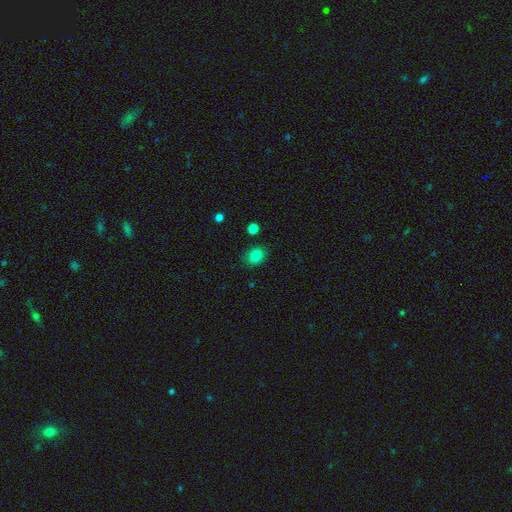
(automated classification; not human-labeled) A smooth galaxy with no disk features (84%) that is in between round and cigar-shaped (61%).

Vote fractions:
- Smooth or featured? smooth: 84% / star or artifact: 11% / featured or disk: 6%
- How rounded? in between: 61% / round: 37% / cigar-shaped: 1%
- Merging? none: 85% / minor disturbance: 11% / major disturbance: 3% / merger: 2%